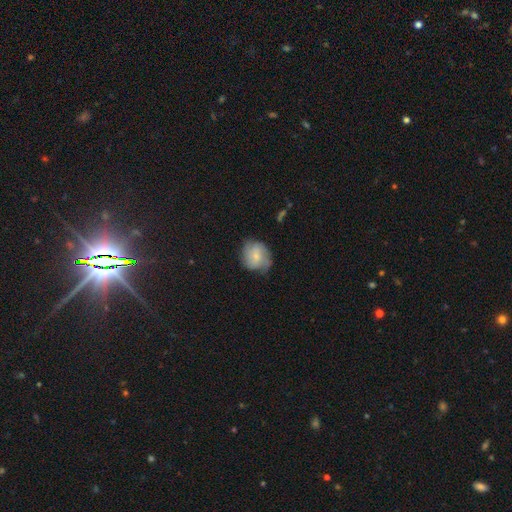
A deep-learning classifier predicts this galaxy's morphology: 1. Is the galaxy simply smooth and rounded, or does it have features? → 58% smooth, 35% featured or disk, 7% star or artifact.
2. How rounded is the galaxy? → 74% round, 25% in between, 1% cigar-shaped.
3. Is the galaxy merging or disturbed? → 60% none, 29% minor disturbance, 9% major disturbance, 2% merger.